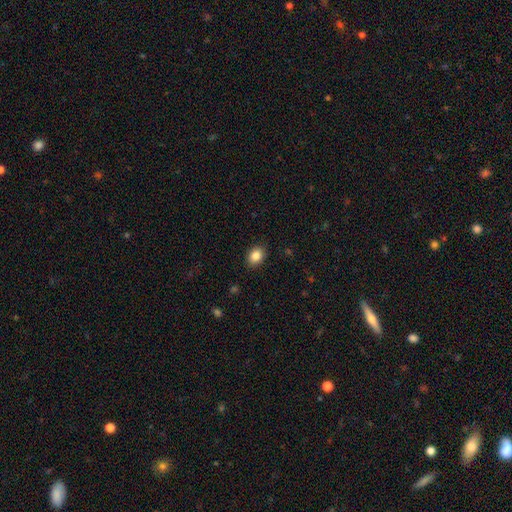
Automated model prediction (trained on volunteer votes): This appears to be a smooth galaxy with no disk features (86%) that is in between round and cigar-shaped (55%). Merging: none (89%).